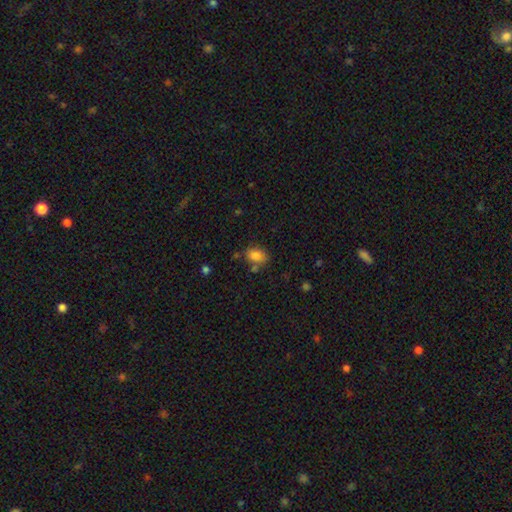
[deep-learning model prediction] smooth_or_featured: smooth (p=0.83) [alt: star or artifact p=0.10]
how_rounded: in between (p=0.76) [alt: round p=0.22]
merging: none (p=0.67) [alt: minor disturbance p=0.17]